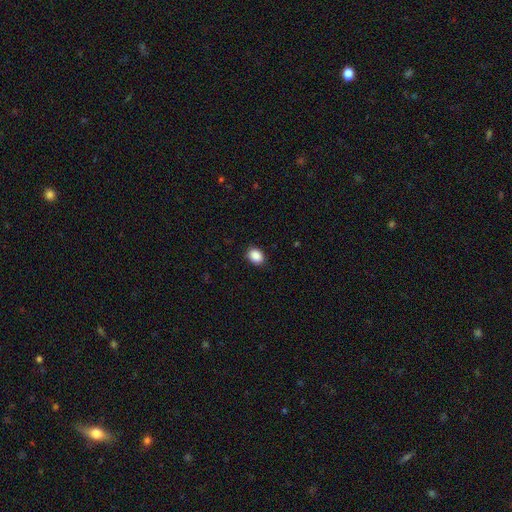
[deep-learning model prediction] Smooth or featured? Predicted: smooth (p=0.89). How rounded? Predicted: in between (p=0.61). Merging? Predicted: none (p=0.88).